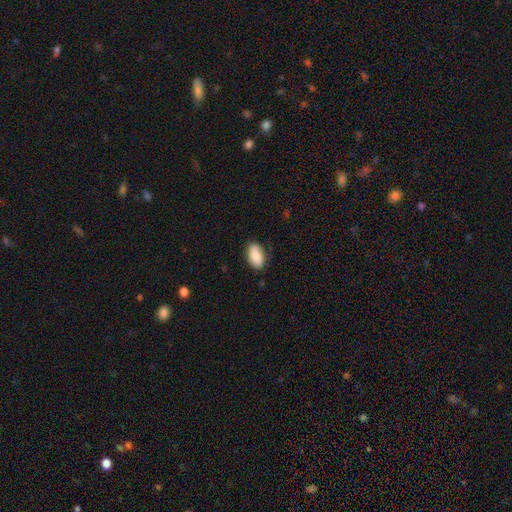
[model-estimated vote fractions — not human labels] Smooth or featured? Predicted: smooth (p=0.87). How rounded? Predicted: in between (p=0.93). Merging? Predicted: none (p=0.83).